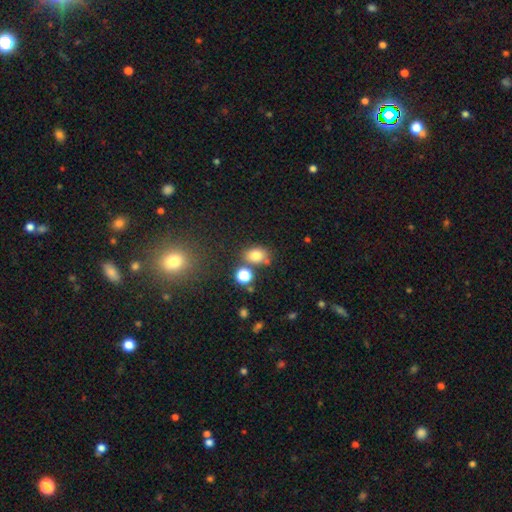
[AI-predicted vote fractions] Smooth or featured?
  - smooth: 78% *
  - star or artifact: 14%
  - featured or disk: 8%
How rounded?
  - in between: 62% *
  - round: 37%
  - cigar-shaped: 1%
Merging?
  - none: 68% *
  - merger: 15%
  - minor disturbance: 13%
  - major disturbance: 4%